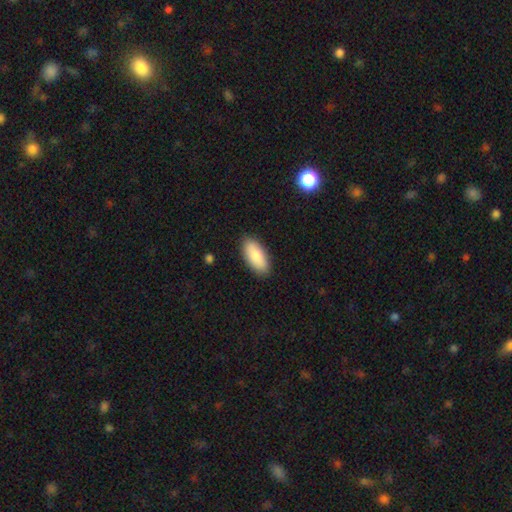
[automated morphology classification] This appears to be a smooth galaxy with no disk features (86%) that is in between round and cigar-shaped (89%). Merging: none (88%).